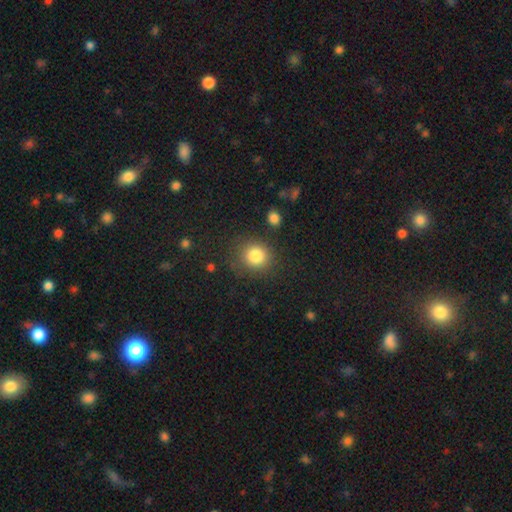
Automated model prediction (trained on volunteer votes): smooth 84%, star or artifact 11%, featured or disk 6%. Down the decision tree: how rounded — round (83%); merging — none (83%).